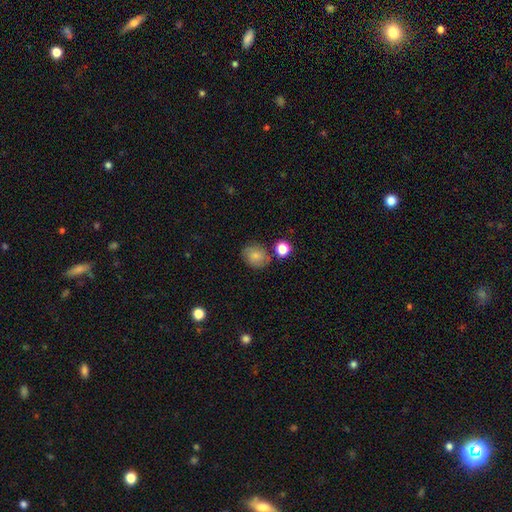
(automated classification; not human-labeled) Smooth or featured?
  - smooth: 71% *
  - featured or disk: 19%
  - star or artifact: 11%
How rounded?
  - round: 63% *
  - in between: 35%
  - cigar-shaped: 1%
Merging?
  - none: 71% *
  - minor disturbance: 16%
  - merger: 8%
  - major disturbance: 5%